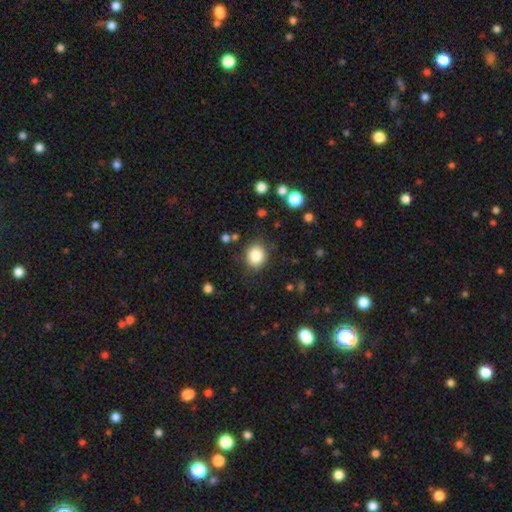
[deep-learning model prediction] The model was most divided on "how rounded": round: 68%, in between: 32%, cigar-shaped: 1%. More confident: smooth or featured — smooth (84%); merging — none (84%).